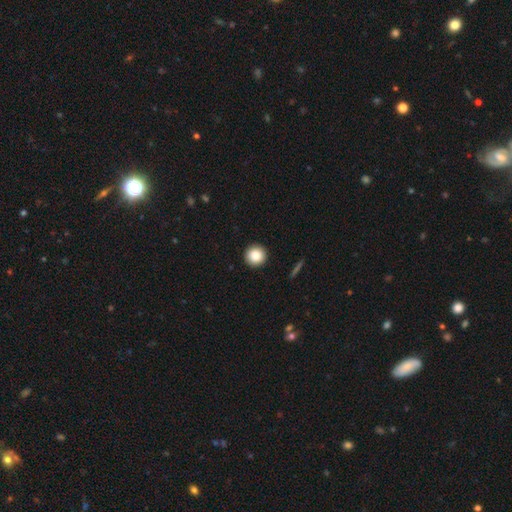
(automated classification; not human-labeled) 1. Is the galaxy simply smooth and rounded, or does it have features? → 85% smooth, 9% star or artifact, 6% featured or disk.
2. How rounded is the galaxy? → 96% round, 3% in between, 1% cigar-shaped.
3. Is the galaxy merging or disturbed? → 93% none, 4% minor disturbance, 1% major disturbance, 1% merger.